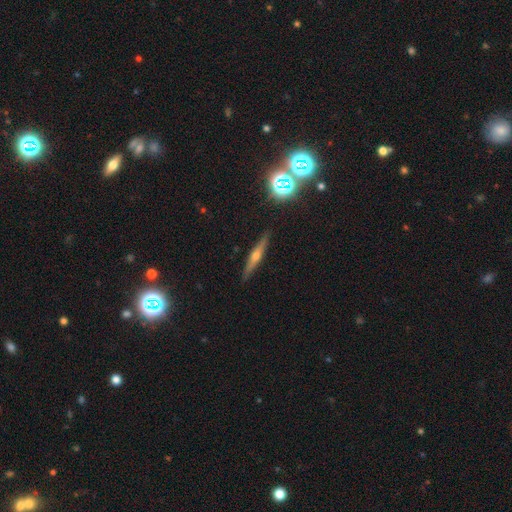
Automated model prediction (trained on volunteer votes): Morphology: type=featured or disk (62%); edge-on=yes (96%); edge-on bulge=rounded (85%); merging=none (90%).